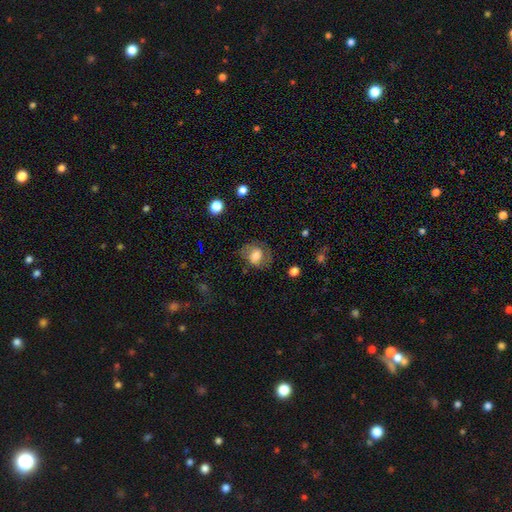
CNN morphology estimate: smooth_or_featured: smooth (p=0.59) [alt: featured or disk p=0.32]
how_rounded: round (p=0.50) [alt: in between p=0.49]
merging: none (p=0.58) [alt: minor disturbance p=0.23]